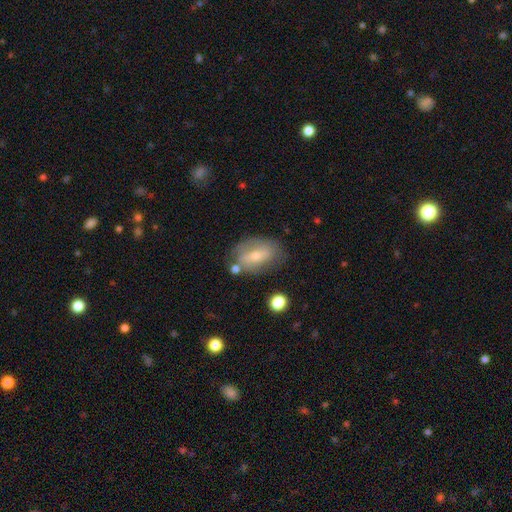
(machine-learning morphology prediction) smooth 52%, featured or disk 40%, star or artifact 8%. Down the decision tree: how rounded — in between (83%); merging — none (63%).